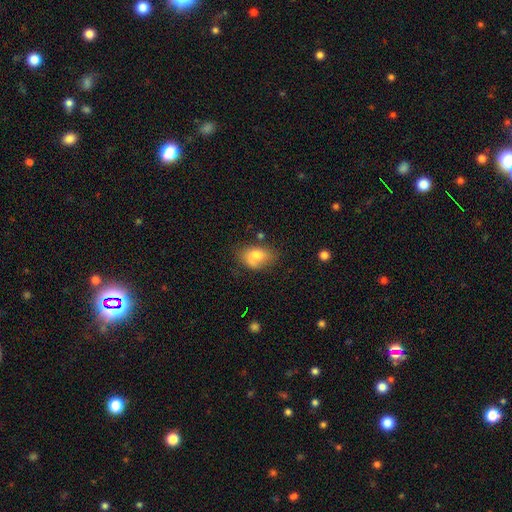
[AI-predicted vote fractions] smooth-or-featured: smooth: 72% | featured or disk: 18% | star or artifact: 10%
  how-rounded: in between: 75% | round: 23% | cigar-shaped: 1%
  merging: none: 49% | minor disturbance: 30% | major disturbance: 12% | merger: 9%